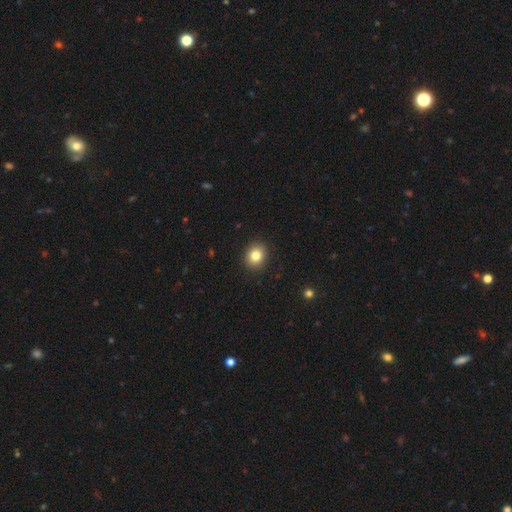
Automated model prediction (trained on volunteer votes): Smooth or featured: smooth — 83% (star or artifact — 10%)
How rounded: round — 68% (in between — 31%)
Merging: none — 91% (minor disturbance — 6%)